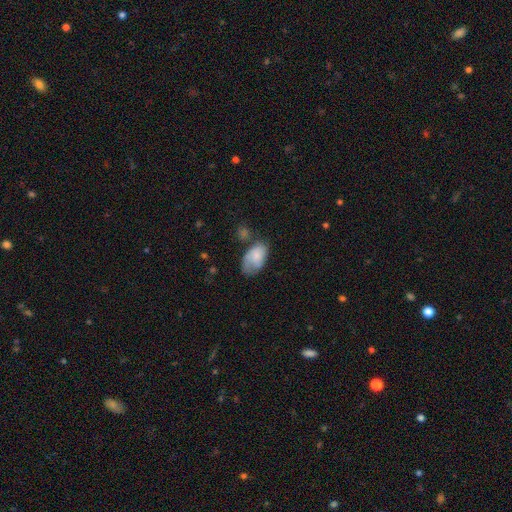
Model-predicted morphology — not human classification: Smooth or featured? smooth (72%)
How rounded? in between (93%)
Merging? none (38%)